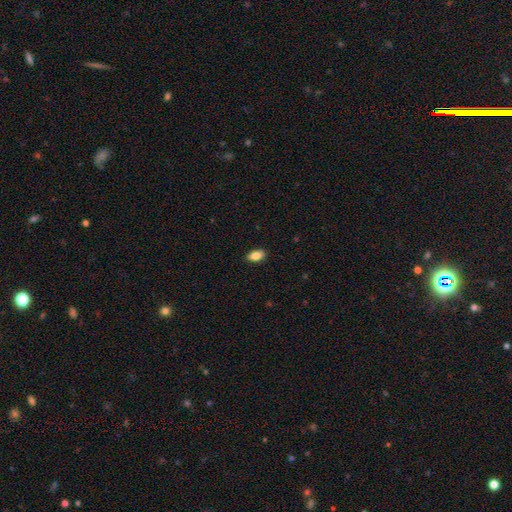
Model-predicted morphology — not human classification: The model was most divided on "smooth or featured": smooth: 86%, star or artifact: 7%, featured or disk: 7%. More confident: how rounded — in between (91%); merging — none (88%).